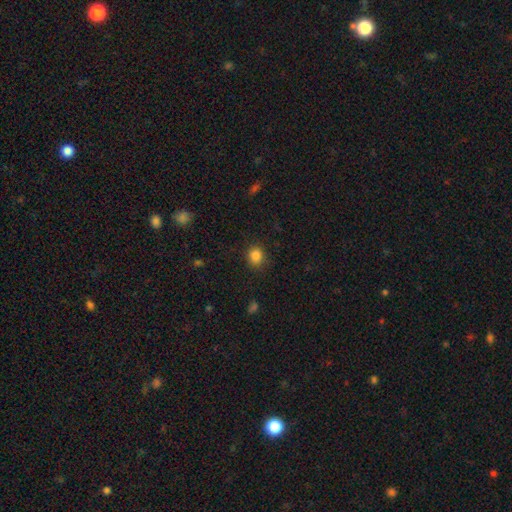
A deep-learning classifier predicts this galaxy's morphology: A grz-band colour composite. It shows a smooth galaxy with no disk features (85%) that is round (78%). Merging: none (86%).